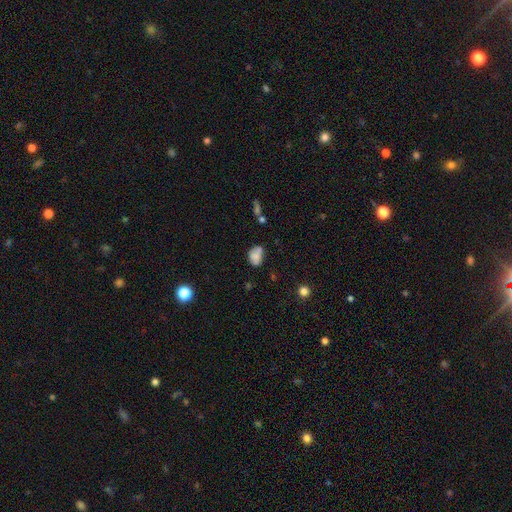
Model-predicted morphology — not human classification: A smooth galaxy with no disk features (70%) that is in between round and cigar-shaped (74%).

Vote fractions:
- Smooth or featured? smooth: 70% / featured or disk: 19% / star or artifact: 11%
- How rounded? in between: 74% / round: 25% / cigar-shaped: 1%
- Merging? none: 41% / minor disturbance: 25% / merger: 23% / major disturbance: 10%